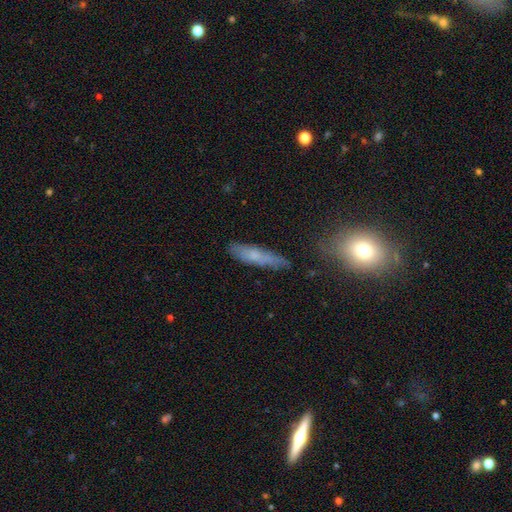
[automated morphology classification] This appears to be a smooth galaxy with no disk features (60%) that is cigar-shaped (74%). Merging: none (67%).